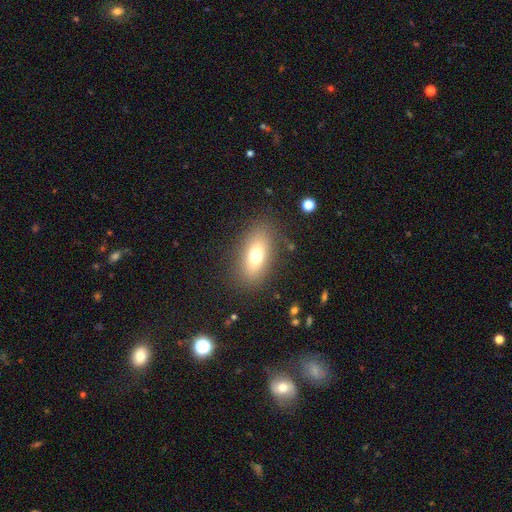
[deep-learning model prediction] smooth-or-featured: smooth: 70% | featured or disk: 19% | star or artifact: 12%
  how-rounded: in between: 81% | round: 10% | cigar-shaped: 8%
  merging: none: 83% | minor disturbance: 10% | major disturbance: 5% | merger: 1%